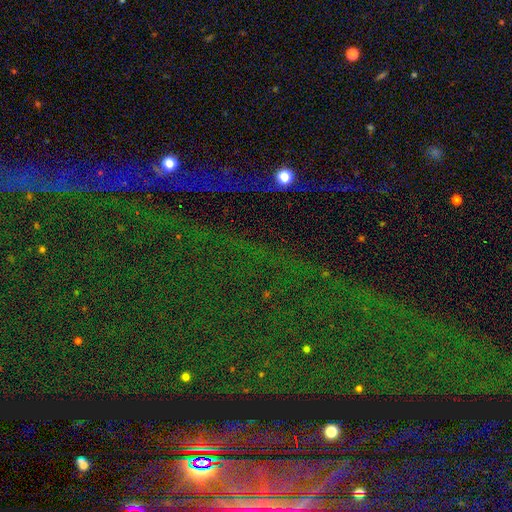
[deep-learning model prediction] A star or artifact, not a galaxy (83%).

Vote fractions:
- Smooth or featured? star or artifact: 83% / featured or disk: 9% / smooth: 8%